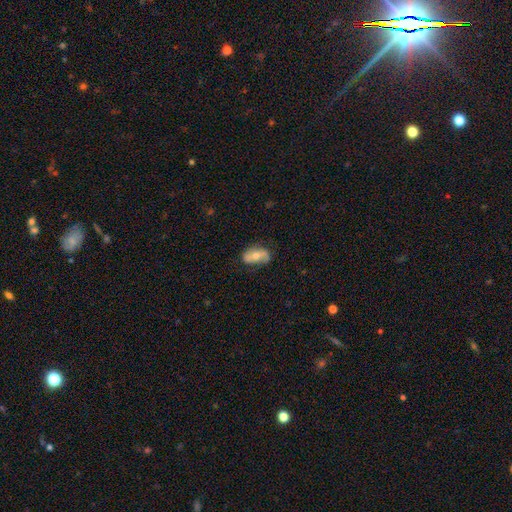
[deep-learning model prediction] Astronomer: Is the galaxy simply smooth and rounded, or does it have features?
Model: smooth — 47%, tied with featured or disk at 47%.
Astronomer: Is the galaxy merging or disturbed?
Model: none — 68%.